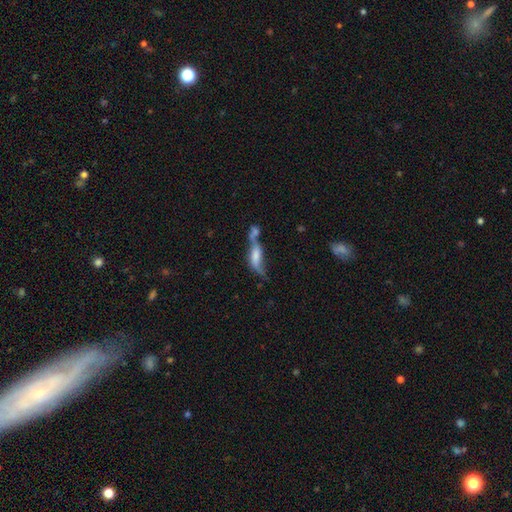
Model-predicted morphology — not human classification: A featured or disk galaxy (50%).

Vote fractions:
- Smooth or featured? featured or disk: 50% / smooth: 41% / star or artifact: 9%
- Edge-on disk? no: 64% / yes: 36%
- Merging? merger: 47% / none: 23% / major disturbance: 16% / minor disturbance: 15%